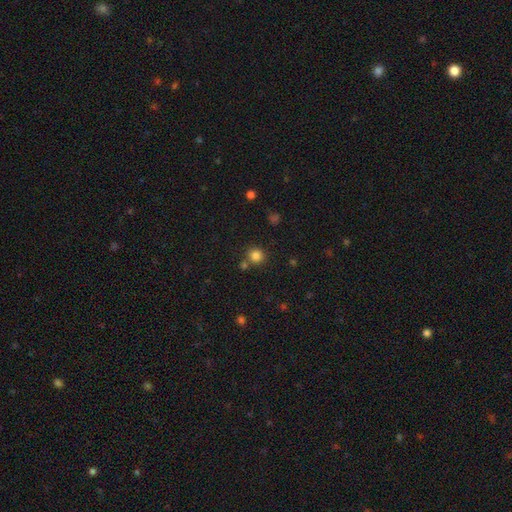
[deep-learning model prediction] Overall: smooth (83%). How rounded: round (91%). Merging: none (75%).